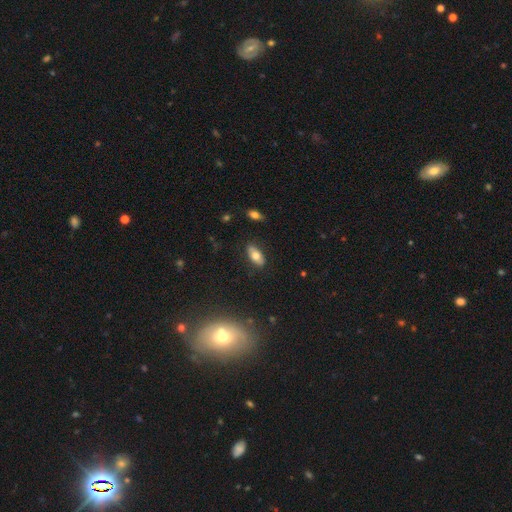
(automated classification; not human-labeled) Smooth or featured?
  - smooth: 70% *
  - featured or disk: 21%
  - star or artifact: 8%
How rounded?
  - in between: 86% *
  - cigar-shaped: 11%
  - round: 3%
Merging?
  - none: 83% *
  - minor disturbance: 12%
  - major disturbance: 3%
  - merger: 2%